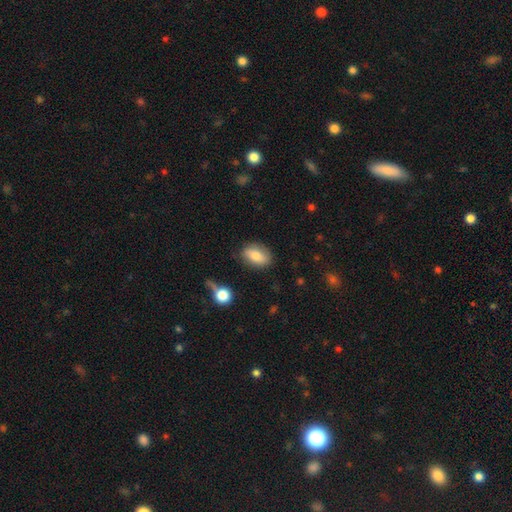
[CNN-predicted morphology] Smooth or featured? Predicted: smooth (p=0.78). How rounded? Predicted: in between (p=0.85). Merging? Predicted: none (p=0.78).